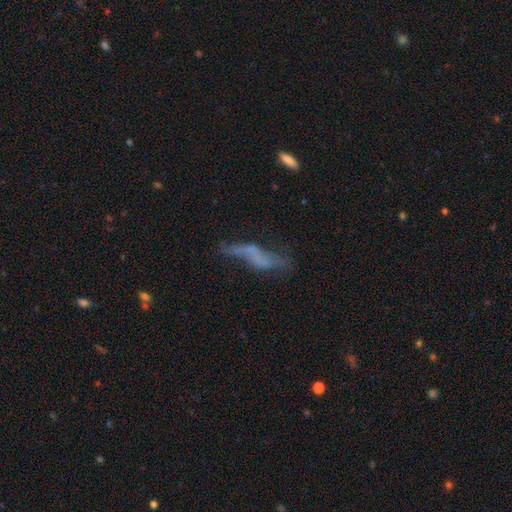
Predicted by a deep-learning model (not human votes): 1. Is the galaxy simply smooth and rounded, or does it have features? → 50% featured or disk, 34% smooth, 16% star or artifact.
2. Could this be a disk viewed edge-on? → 70% no, 30% yes.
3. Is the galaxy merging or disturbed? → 35% none, 32% major disturbance, 23% minor disturbance, 11% merger.